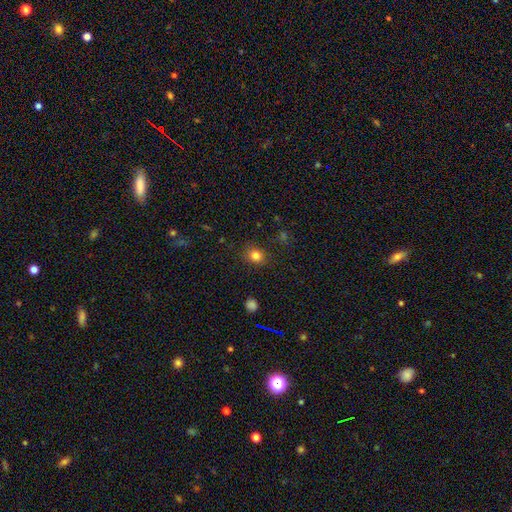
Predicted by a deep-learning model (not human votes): Smooth or featured? smooth (81%)
How rounded? round (67%)
Merging? none (84%)